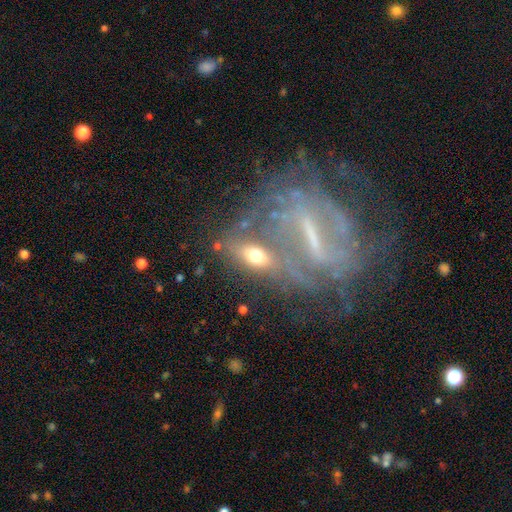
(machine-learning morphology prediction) A smooth galaxy with no disk features (47%).

Vote fractions:
- Smooth or featured? smooth: 47% / featured or disk: 39% / star or artifact: 14%
- Merging? none: 51% / merger: 22% / minor disturbance: 16% / major disturbance: 12%